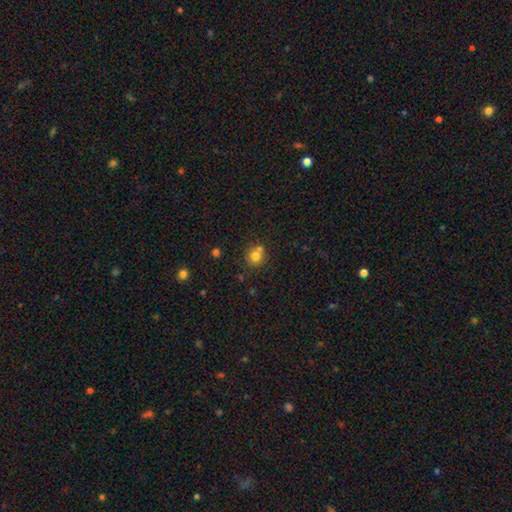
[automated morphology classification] type=smooth (77%); roundness=round (88%); merging=none (61%).